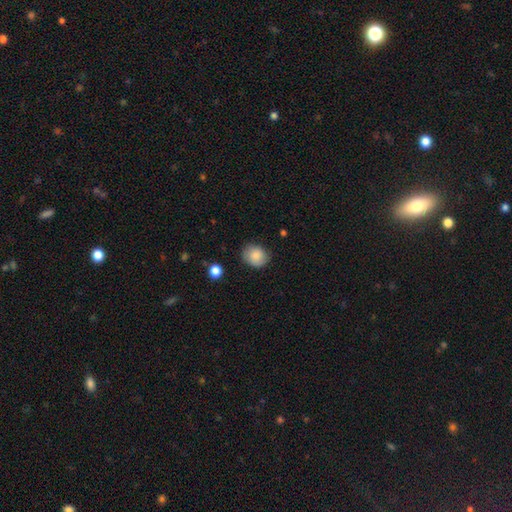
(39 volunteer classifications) smooth_or_featured: smooth (p=0.79) [alt: featured or disk p=0.10]
how_rounded: round (p=0.61) [alt: in between p=0.39]
merging: none (p=0.71) [alt: minor disturbance p=0.23]